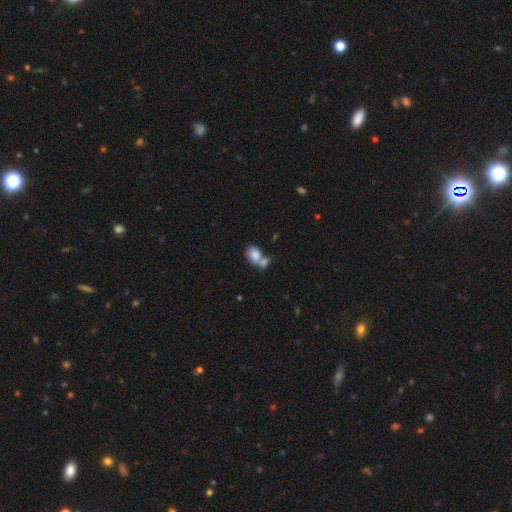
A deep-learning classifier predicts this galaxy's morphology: smooth 81%, featured or disk 12%, star or artifact 8%. Down the decision tree: how rounded — in between (75%); merging — merger (61%).